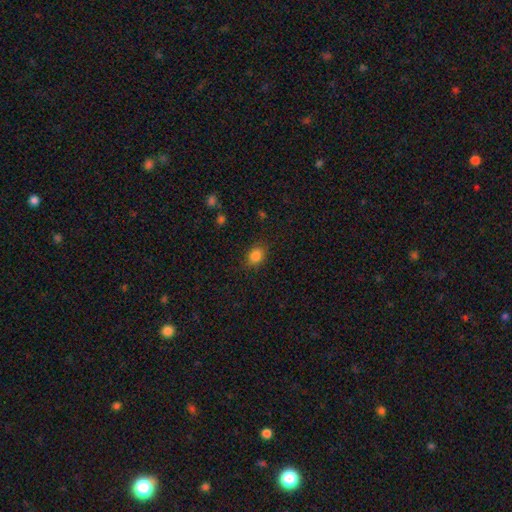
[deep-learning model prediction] smooth-or-featured: smooth: 85% | star or artifact: 11% | featured or disk: 5%
  how-rounded: in between: 53% | round: 46% | cigar-shaped: 1%
  merging: none: 84% | minor disturbance: 11% | major disturbance: 3% | merger: 1%